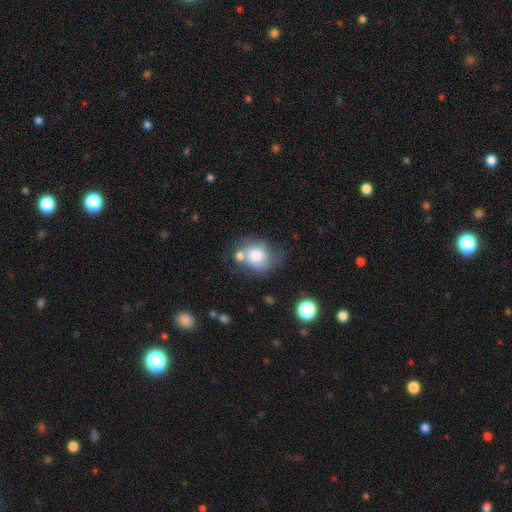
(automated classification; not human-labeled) A smooth galaxy with no disk features (74%) that is round (63%). Merging: none (43%).